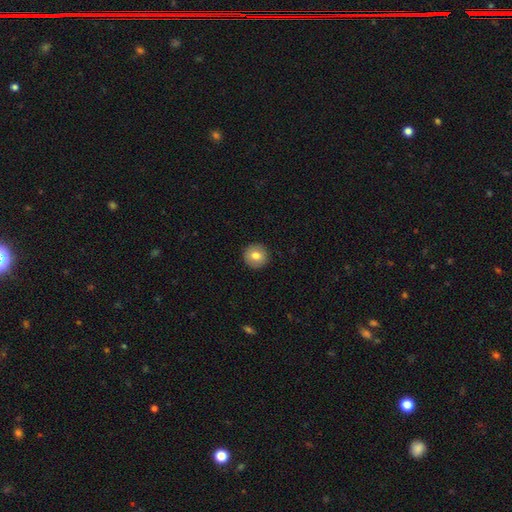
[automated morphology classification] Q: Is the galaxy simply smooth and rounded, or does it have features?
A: smooth — 78%.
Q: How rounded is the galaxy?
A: round — 95%.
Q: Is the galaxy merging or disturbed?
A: none — 92%.